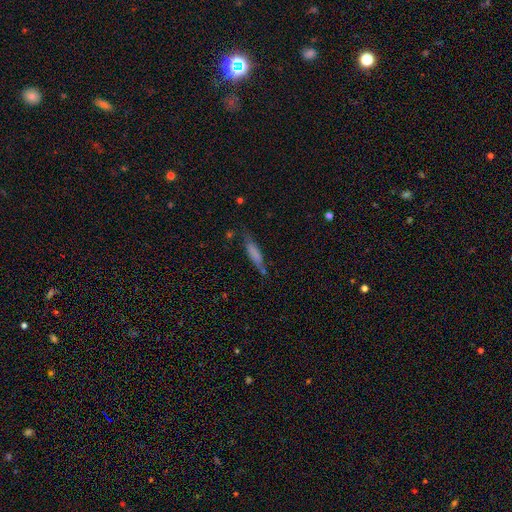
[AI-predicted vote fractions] smooth_or_featured: smooth (p=0.65) [alt: featured or disk p=0.26]
how_rounded: cigar-shaped (p=0.81) [alt: in between p=0.17]
merging: none (p=0.65) [alt: minor disturbance p=0.23]